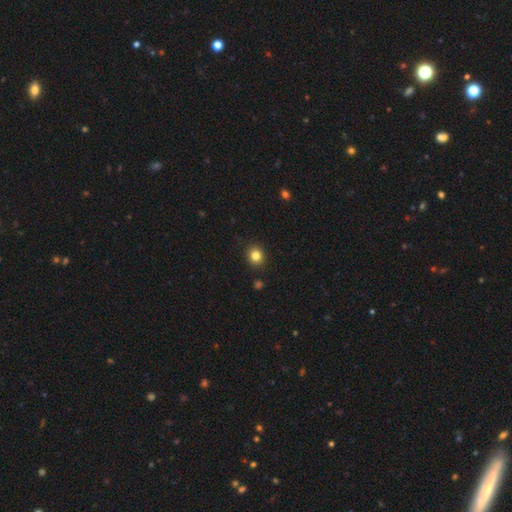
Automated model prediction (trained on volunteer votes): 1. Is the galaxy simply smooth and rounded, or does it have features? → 82% smooth, 12% star or artifact, 6% featured or disk.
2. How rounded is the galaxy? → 80% round, 19% in between, 1% cigar-shaped.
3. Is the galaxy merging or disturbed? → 90% none, 7% minor disturbance, 2% major disturbance, 2% merger.